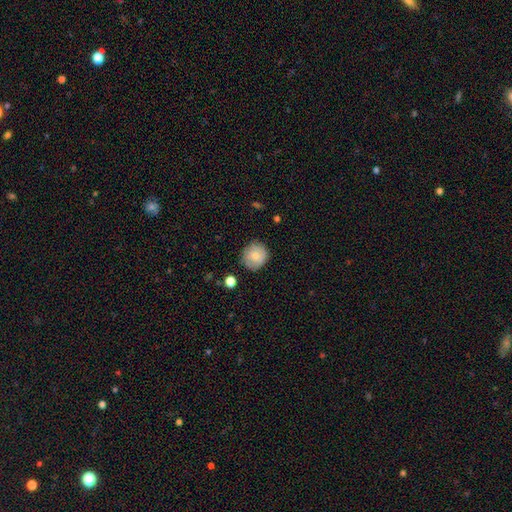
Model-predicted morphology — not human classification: A smooth galaxy with no disk features (71%) that is round (88%). Merging: none (80%).